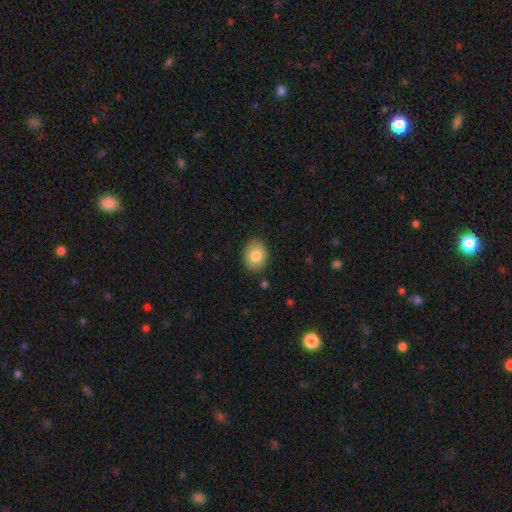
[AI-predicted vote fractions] Morphology: type=smooth (82%); roundness=in between (52%); merging=none (87%).